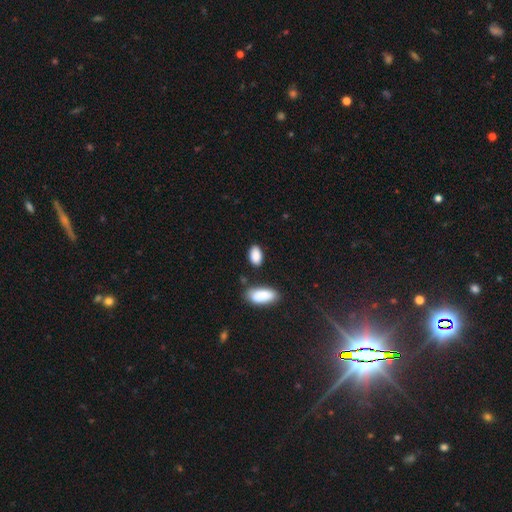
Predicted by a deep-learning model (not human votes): smooth 89%, star or artifact 7%, featured or disk 4%. Down the decision tree: how rounded — in between (92%); merging — none (76%).